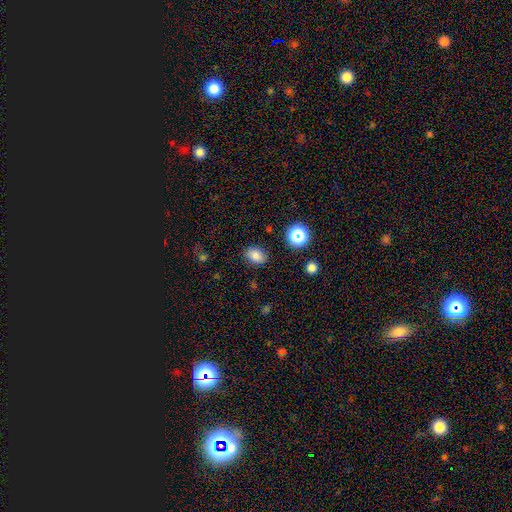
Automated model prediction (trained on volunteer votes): Smooth or featured: smooth — 81% (star or artifact — 13%)
How rounded: in between — 68% (round — 31%)
Merging: none — 84% (minor disturbance — 11%)